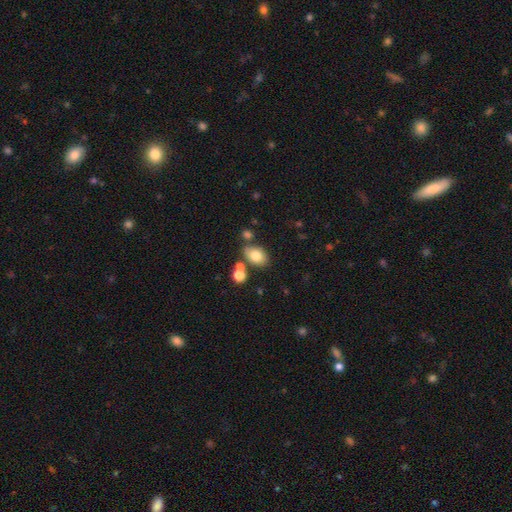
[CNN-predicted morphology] A smooth galaxy with no disk features (78%) that is in between round and cigar-shaped (82%). Merging: none (70%).